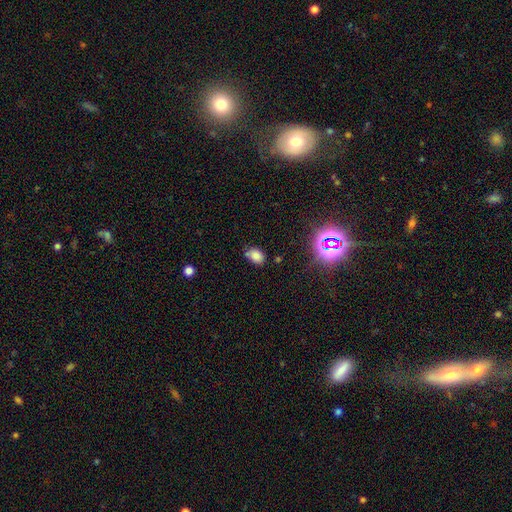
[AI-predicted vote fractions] This is likely a smooth galaxy (77%). How rounded: likely in between (77%). Merging: likely none (68%).